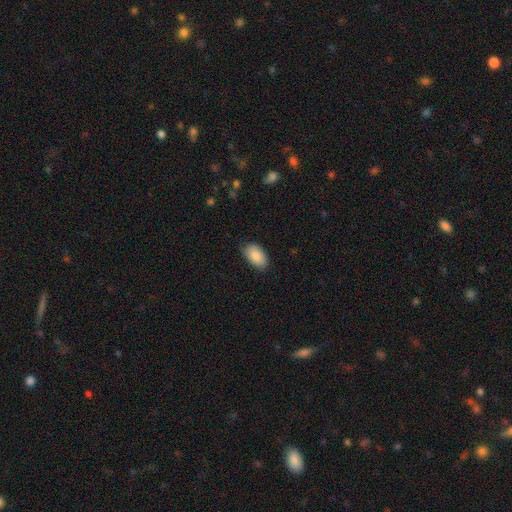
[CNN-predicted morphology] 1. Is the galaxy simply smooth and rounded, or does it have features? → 87% smooth, 7% featured or disk, 6% star or artifact.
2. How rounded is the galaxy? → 94% in between, 4% round, 2% cigar-shaped.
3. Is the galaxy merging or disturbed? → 79% none, 17% minor disturbance, 3% major disturbance, 1% merger.